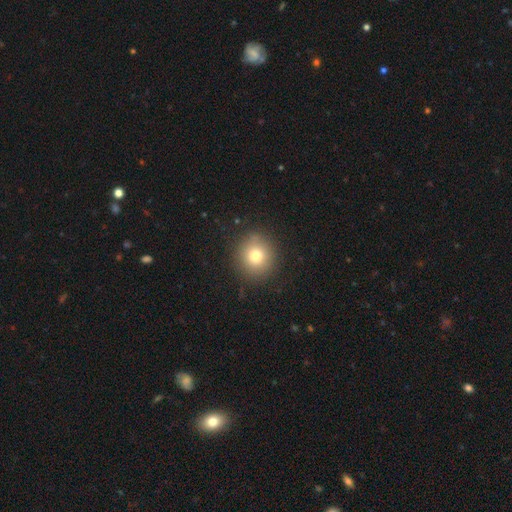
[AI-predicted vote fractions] A smooth galaxy with no disk features (77%) that is round (91%). Merging: none (88%).